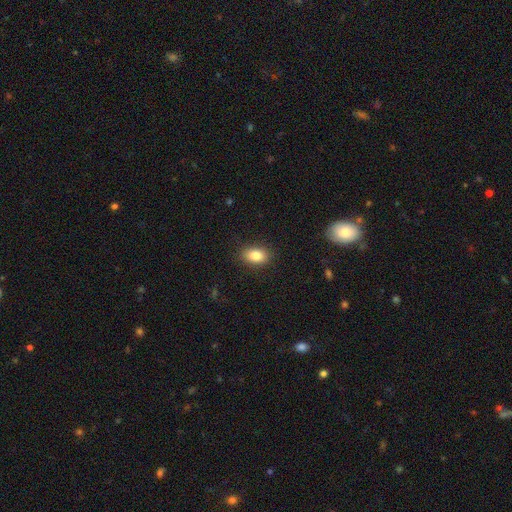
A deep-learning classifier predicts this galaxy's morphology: Smooth or featured? smooth (83%)
How rounded? in between (83%)
Merging? none (88%)